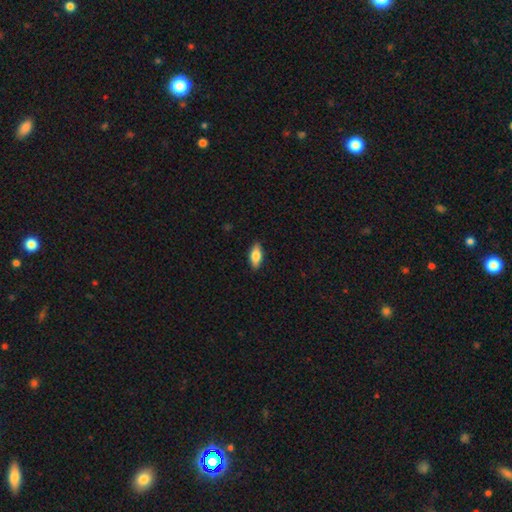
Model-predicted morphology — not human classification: Q: Smooth or featured?
A: smooth (75%); runner-up: featured or disk (19%)
Q: How rounded?
A: in between (82%); runner-up: cigar-shaped (15%)
Q: Merging?
A: none (88%); runner-up: minor disturbance (10%)